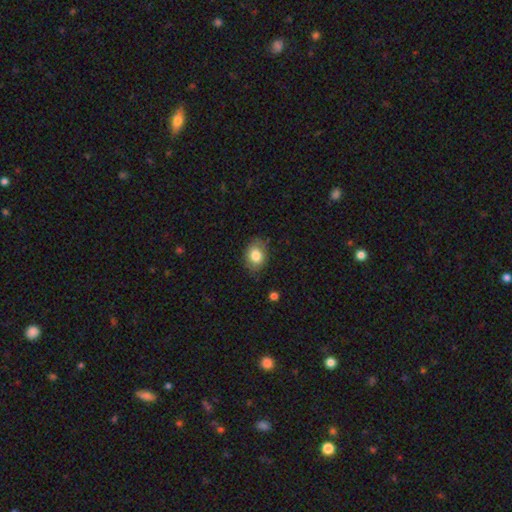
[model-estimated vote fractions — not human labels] Smooth or featured: smooth — 81% (featured or disk — 11%)
How rounded: in between — 67% (round — 32%)
Merging: none — 79% (minor disturbance — 16%)